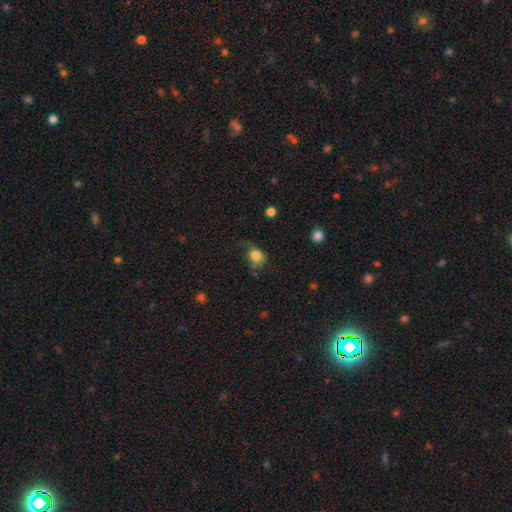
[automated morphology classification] A smooth galaxy with no disk features (81%) that is round (60%).

Vote fractions:
- Smooth or featured? smooth: 81% / star or artifact: 10% / featured or disk: 9%
- How rounded? round: 60% / in between: 39% / cigar-shaped: 1%
- Merging? none: 42% / minor disturbance: 34% / major disturbance: 21% / merger: 3%